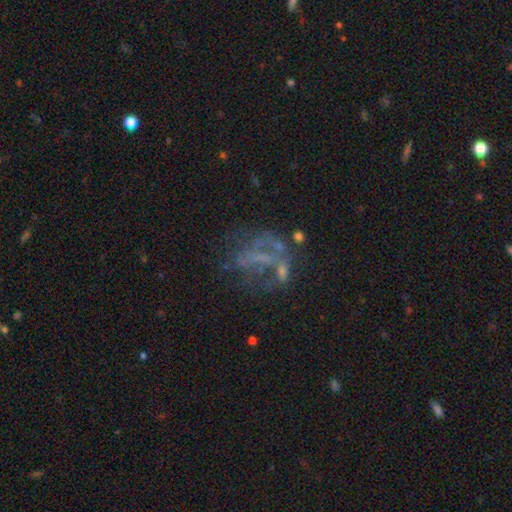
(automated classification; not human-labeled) featured or disk 61%, star or artifact 22%, smooth 18%. Down the decision tree: edge-on disk — no (97%); bar — no (72%); spiral arms — no (78%); bulge size — none (76%); merging — none (36%, tied with major disturbance).